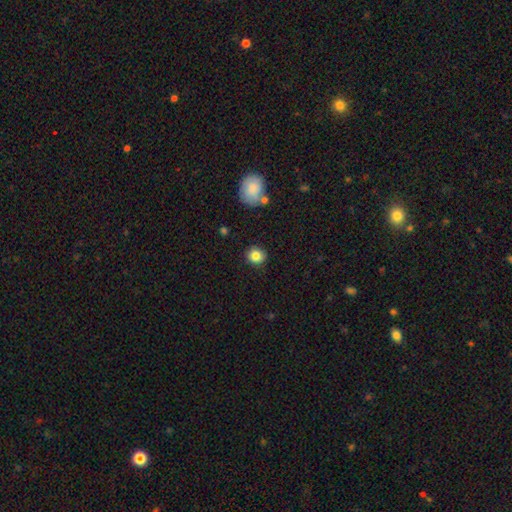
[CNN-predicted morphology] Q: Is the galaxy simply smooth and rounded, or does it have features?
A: smooth — 84%.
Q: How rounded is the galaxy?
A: round — 86%.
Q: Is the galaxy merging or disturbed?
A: none — 87%.